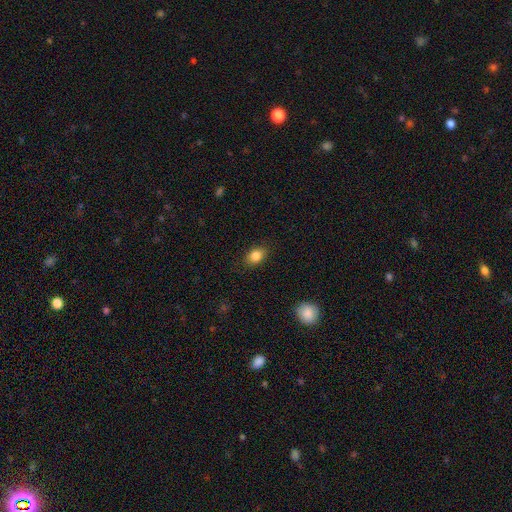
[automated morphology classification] Q: Smooth or featured?
A: smooth (85%); runner-up: star or artifact (9%)
Q: How rounded?
A: in between (72%); runner-up: round (27%)
Q: Merging?
A: none (86%); runner-up: minor disturbance (10%)